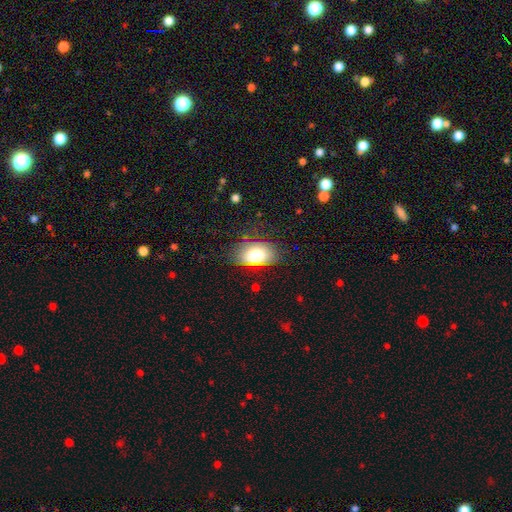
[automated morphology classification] Smooth or featured: smooth — 73% (featured or disk — 18%)
How rounded: in between — 89% (round — 9%)
Merging: none — 66% (minor disturbance — 25%)